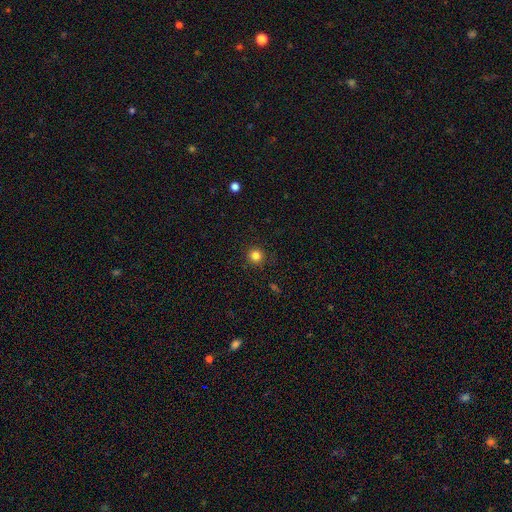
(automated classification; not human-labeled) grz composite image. It shows a smooth galaxy with no disk features (83%) that is round (95%). Merging: none (90%).